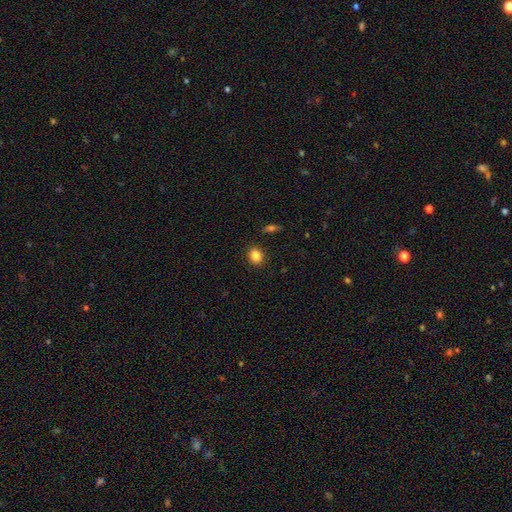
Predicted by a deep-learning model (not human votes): This appears to be a smooth galaxy with no disk features (85%) that is round (67%). Merging: none (89%).